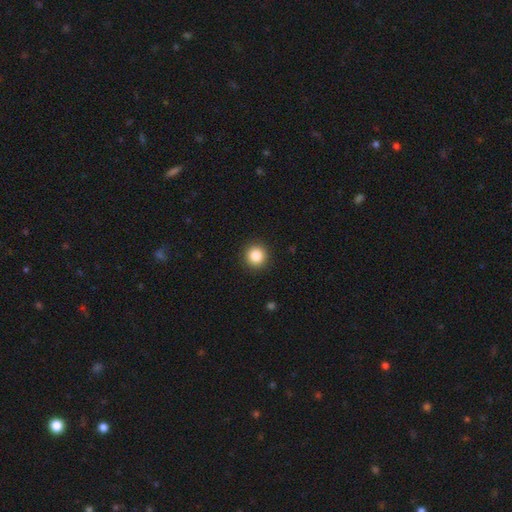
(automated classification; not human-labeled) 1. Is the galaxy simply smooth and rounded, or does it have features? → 85% smooth, 10% star or artifact, 5% featured or disk.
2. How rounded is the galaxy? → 94% round, 5% in between, 1% cigar-shaped.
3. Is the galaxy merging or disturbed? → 92% none, 5% minor disturbance, 2% major disturbance, 1% merger.